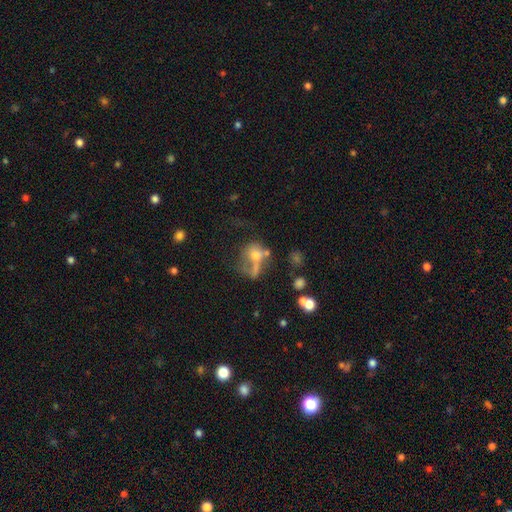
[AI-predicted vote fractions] Smooth or featured? smooth (49%)
Merging? major disturbance (32%)